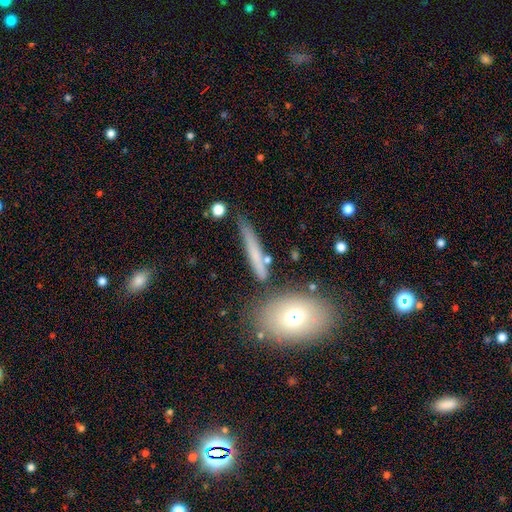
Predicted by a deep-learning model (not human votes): Smooth or featured?
  - smooth: 62% *
  - featured or disk: 29%
  - star or artifact: 9%
How rounded?
  - cigar-shaped: 86% *
  - in between: 10%
  - round: 4%
Merging?
  - none: 69% *
  - minor disturbance: 18%
  - merger: 7%
  - major disturbance: 5%